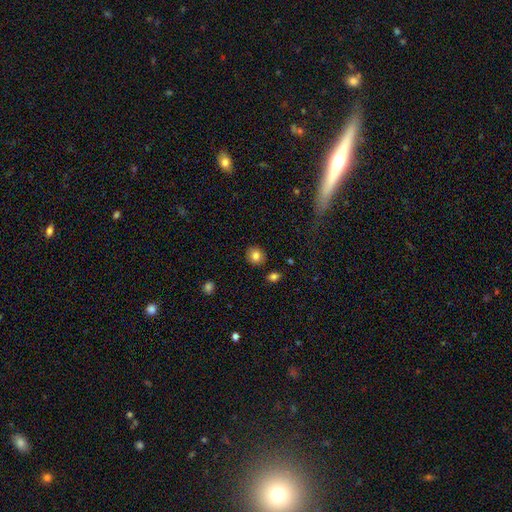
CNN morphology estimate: The model was most divided on "how rounded": round: 82%, in between: 17%, cigar-shaped: 1%. More confident: merging — none (88%); smooth or featured — smooth (83%).